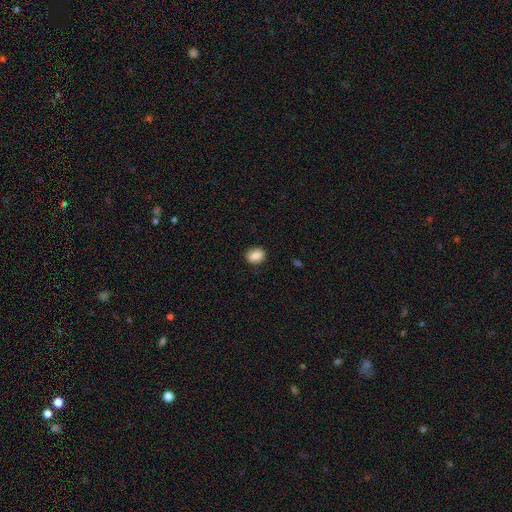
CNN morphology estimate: The model was most divided on "how rounded": in between: 57%, round: 41%, cigar-shaped: 2%. More confident: merging — none (87%); smooth or featured — smooth (84%).